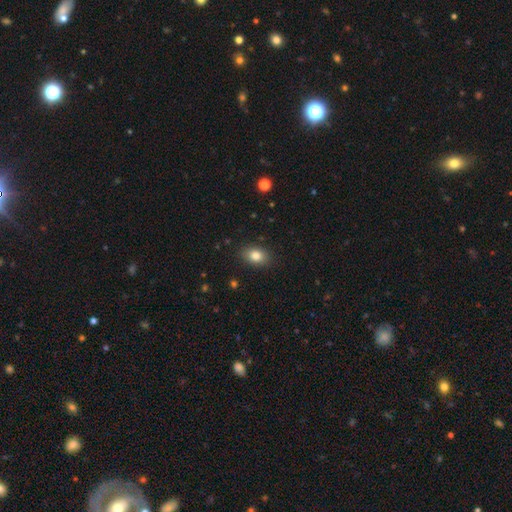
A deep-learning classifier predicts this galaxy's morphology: Smooth or featured: smooth — 83% (star or artifact — 9%)
How rounded: in between — 78% (round — 20%)
Merging: none — 87% (minor disturbance — 10%)